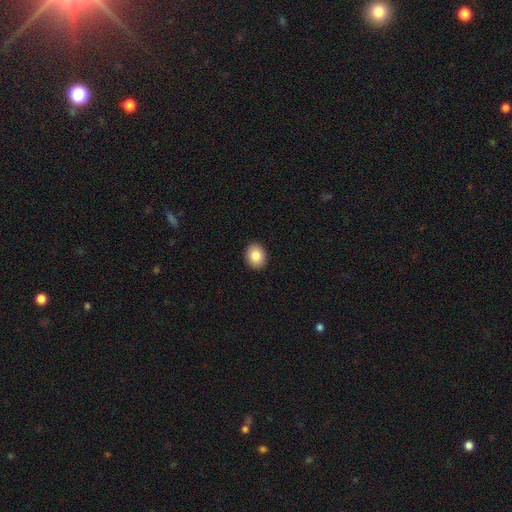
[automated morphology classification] type=smooth (86%); roundness=round (53%); merging=none (92%).